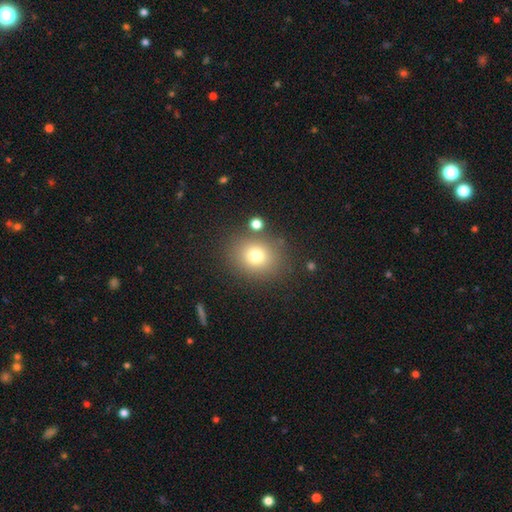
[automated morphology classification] Smooth or featured?
  - smooth: 76% *
  - star or artifact: 14%
  - featured or disk: 10%
How rounded?
  - round: 72% *
  - in between: 28%
  - cigar-shaped: 1%
Merging?
  - none: 80% *
  - minor disturbance: 10%
  - merger: 6%
  - major disturbance: 4%